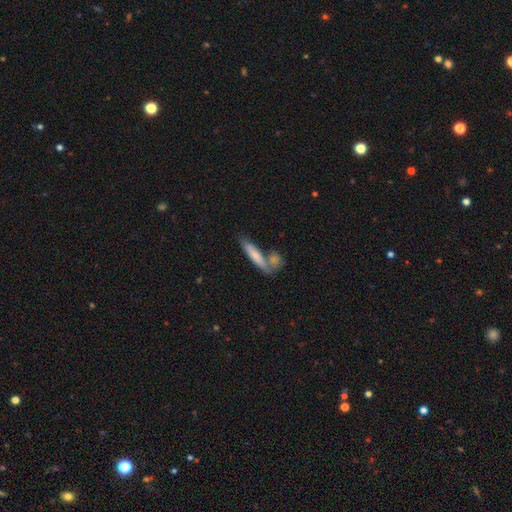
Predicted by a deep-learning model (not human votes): A smooth galaxy with no disk features (73%) that is cigar-shaped (80%). Merging: none (54%).